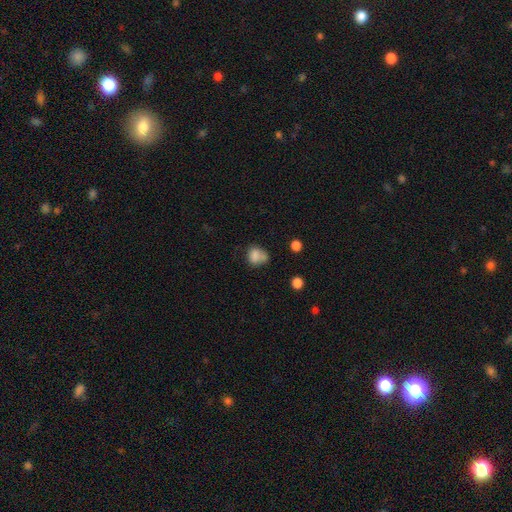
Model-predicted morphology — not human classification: The model was most divided on "how rounded": round: 56%, in between: 43%, cigar-shaped: 1%. Remaining: smooth or featured — smooth (78%); merging — none (42%).